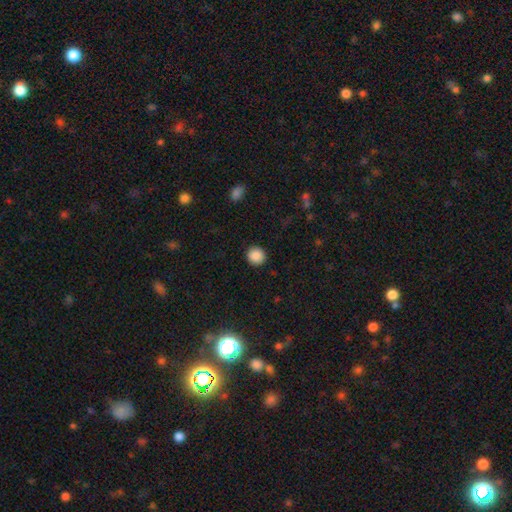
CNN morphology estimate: type=smooth (88%); roundness=round (91%); merging=none (92%).